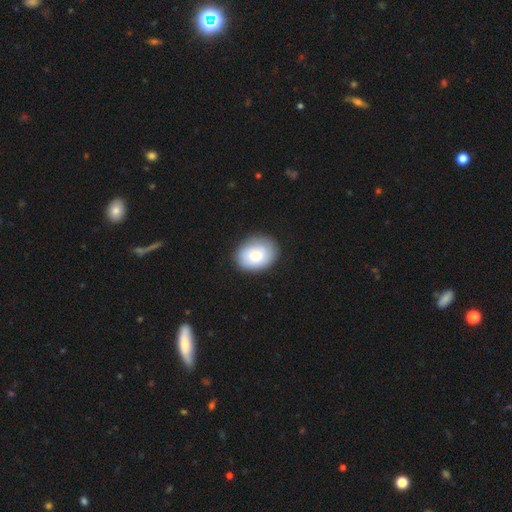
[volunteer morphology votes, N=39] Smooth or featured?
  - smooth: 87% *
  - featured or disk: 8%
  - star or artifact: 5%
How rounded?
  - in between: 68% *
  - round: 32%
  - cigar-shaped: 0%
Merging?
  - none: 92% *
  - minor disturbance: 5%
  - merger: 3%
  - major disturbance: 0%